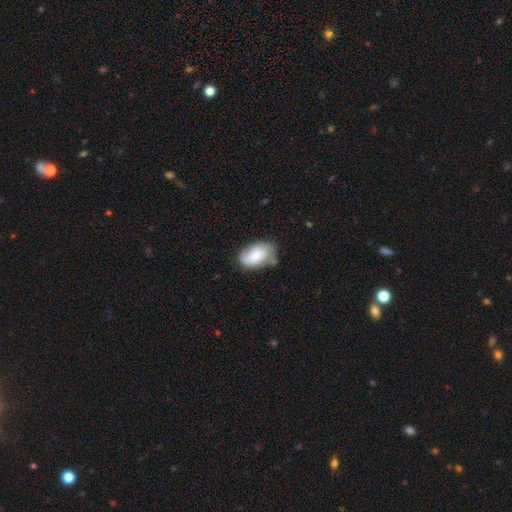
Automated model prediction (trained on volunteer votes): Smooth or featured? Predicted: smooth (p=0.55). How rounded? Predicted: in between (p=0.90). Merging? Predicted: none (p=0.52).